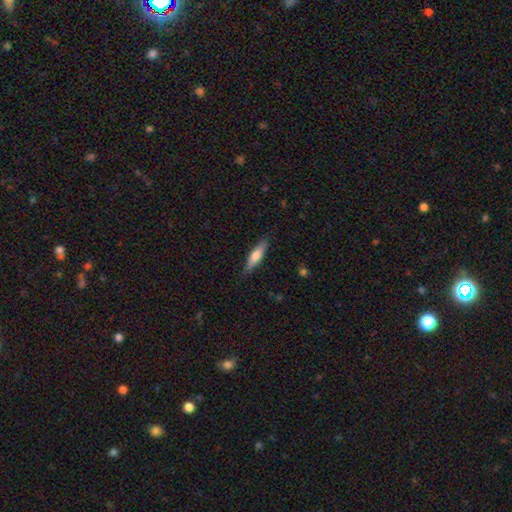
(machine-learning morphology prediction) Smooth or featured?
  - smooth: 66% *
  - featured or disk: 28%
  - star or artifact: 6%
How rounded?
  - cigar-shaped: 70% *
  - in between: 28%
  - round: 2%
Merging?
  - none: 85% *
  - minor disturbance: 12%
  - major disturbance: 2%
  - merger: 1%